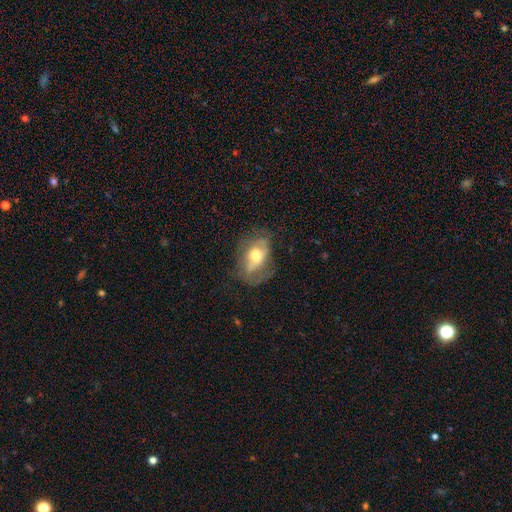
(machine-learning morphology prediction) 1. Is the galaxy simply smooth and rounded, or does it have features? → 48% featured or disk, 44% smooth, 8% star or artifact.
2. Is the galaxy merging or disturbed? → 52% none, 26% minor disturbance, 20% major disturbance, 2% merger.